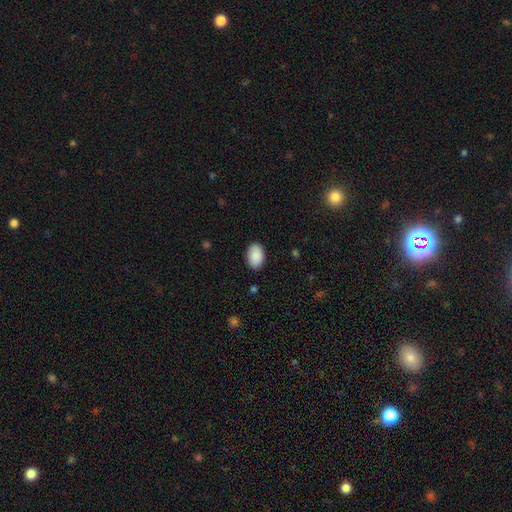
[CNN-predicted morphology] This is clearly a smooth galaxy (91%). How rounded: clearly in between (90%). Merging: clearly none (88%).